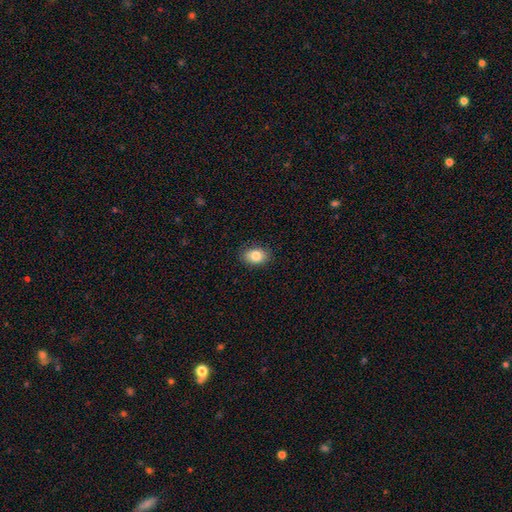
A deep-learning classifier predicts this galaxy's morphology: type=smooth (84%); roundness=in between (78%); merging=none (87%).